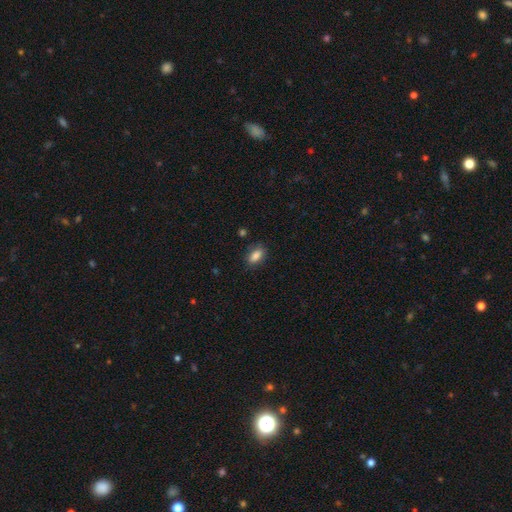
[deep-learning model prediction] This appears to be a smooth galaxy with no disk features (86%) that is in between round and cigar-shaped (86%). Merging: none (84%).